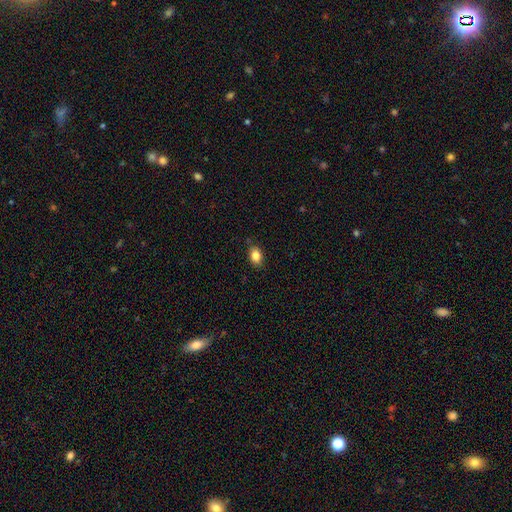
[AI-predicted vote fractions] Q: Smooth or featured?
A: smooth (84%); runner-up: star or artifact (9%)
Q: How rounded?
A: in between (79%); runner-up: round (20%)
Q: Merging?
A: none (83%); runner-up: minor disturbance (13%)